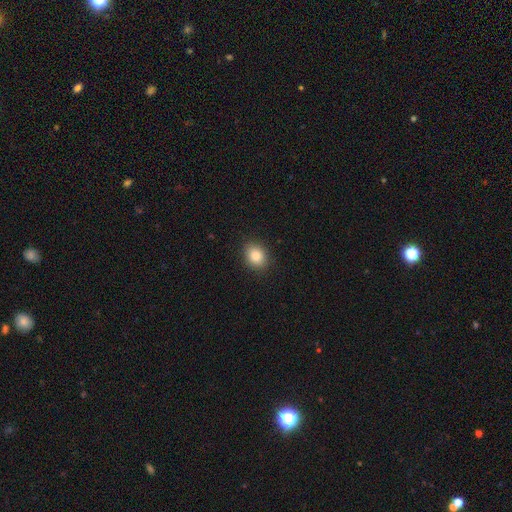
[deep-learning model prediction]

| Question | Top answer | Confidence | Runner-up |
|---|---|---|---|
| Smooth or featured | smooth | 85% | star or artifact (9%) |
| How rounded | in between | 51% | round (48%) |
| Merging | none | 89% | minor disturbance (8%) |